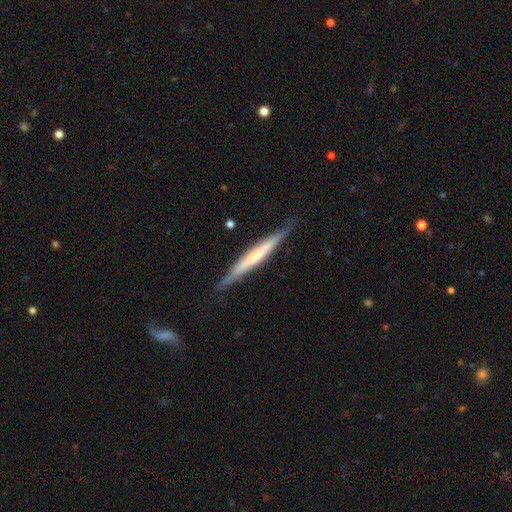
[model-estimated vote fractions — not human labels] smooth_or_featured: featured or disk (p=0.63) [alt: smooth p=0.31]
disk_edge_on: yes (p=0.96) [alt: no p=0.04]
edge_on_bulge: none (p=0.54) [alt: rounded p=0.35]
merging: none (p=0.84) [alt: minor disturbance p=0.13]